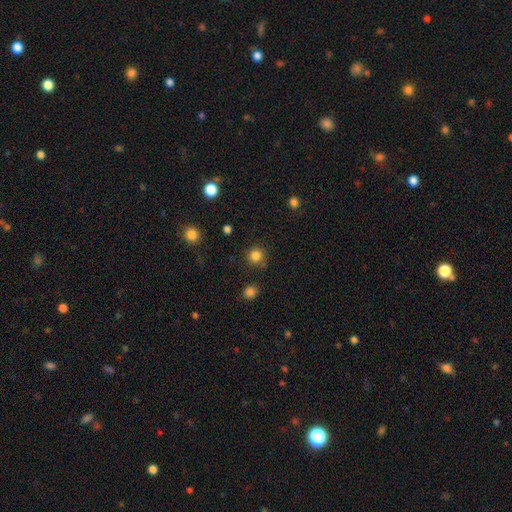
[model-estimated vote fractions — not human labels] smooth 83%, star or artifact 13%, featured or disk 4%. Down the decision tree: how rounded — round (93%); merging — none (83%).